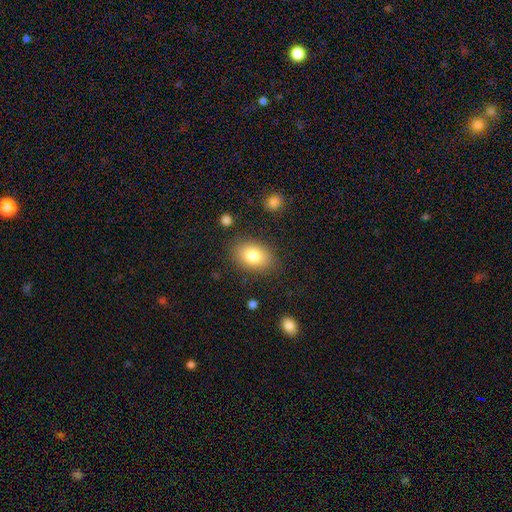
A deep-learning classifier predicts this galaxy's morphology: Smooth or featured?
  - smooth: 79% *
  - star or artifact: 11%
  - featured or disk: 10%
How rounded?
  - in between: 76% *
  - round: 23%
  - cigar-shaped: 1%
Merging?
  - none: 86% *
  - minor disturbance: 9%
  - major disturbance: 2%
  - merger: 2%